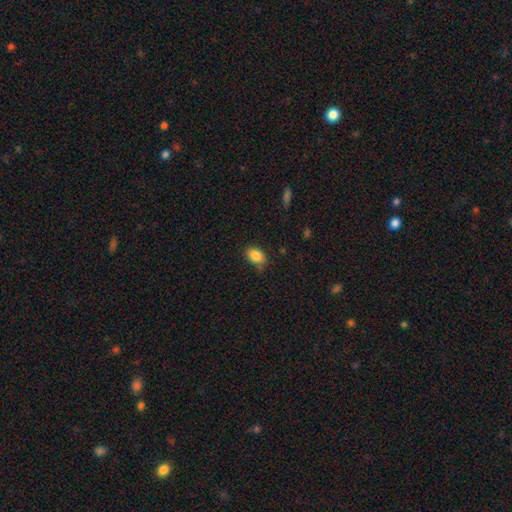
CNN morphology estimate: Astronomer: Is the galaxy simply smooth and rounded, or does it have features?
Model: smooth — 86%.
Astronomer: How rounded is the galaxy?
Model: in between — 81%.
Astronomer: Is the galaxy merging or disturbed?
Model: none — 79%.